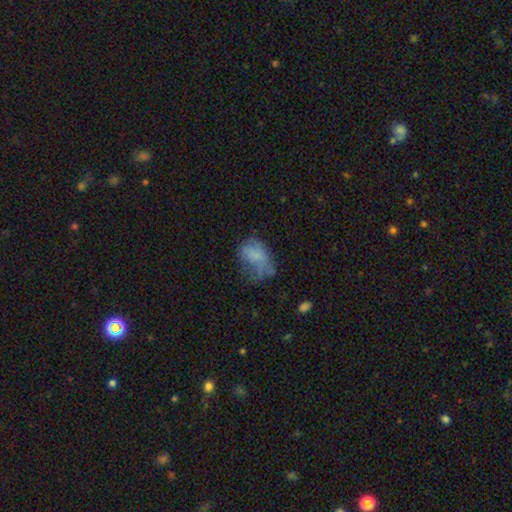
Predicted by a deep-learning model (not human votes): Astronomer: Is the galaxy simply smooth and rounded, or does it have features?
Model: smooth — 62%.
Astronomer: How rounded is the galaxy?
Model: in between — 84%.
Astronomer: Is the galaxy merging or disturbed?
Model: major disturbance — 39% (runner-up: minor disturbance, 30%).